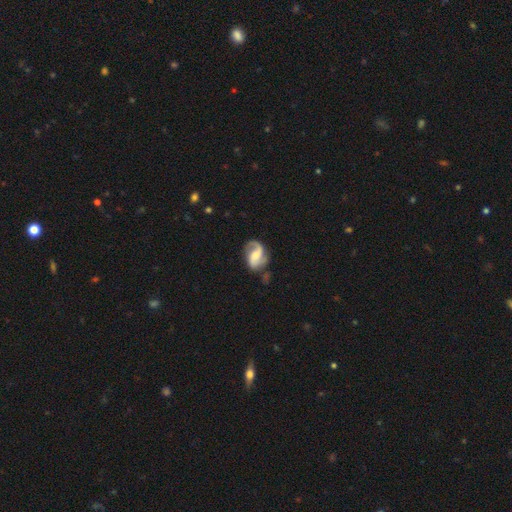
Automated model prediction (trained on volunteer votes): Smooth or featured?
  - featured or disk: 82% *
  - smooth: 13%
  - star or artifact: 5%
Edge-on disk?
  - no: 98% *
  - yes: 2%
Bar?
  - weak: 46% *
  - no: 34%
  - strong: 20%
Spiral arms?
  - yes: 96% *
  - no: 4%
Spiral winding?
  - medium: 45% *
  - loose: 41%
  - tight: 14%
Spiral arm count?
  - 2: 84% *
  - 1: 9%
  - can't tell: 3%
  - 3: 1%
  - 4: 1%
  - more than 4: 1%
Bulge size?
  - moderate: 41% *
  - small: 29%
  - none: 15%
  - large: 13%
  - dominant: 2%
Merging?
  - none: 65% *
  - minor disturbance: 21%
  - major disturbance: 11%
  - merger: 4%